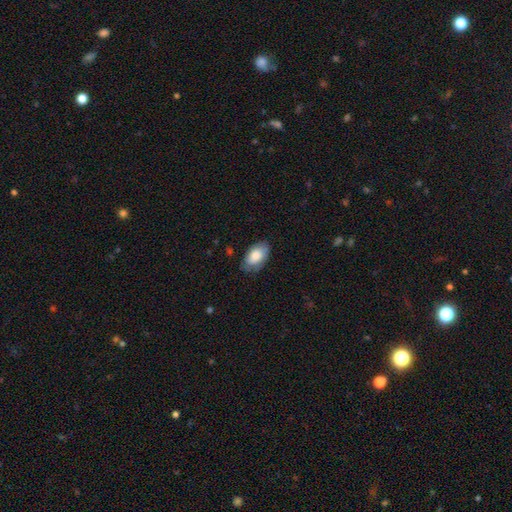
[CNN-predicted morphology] Q: Smooth or featured?
A: smooth (80%); runner-up: featured or disk (14%)
Q: How rounded?
A: in between (93%); runner-up: round (5%)
Q: Merging?
A: none (70%); runner-up: minor disturbance (24%)